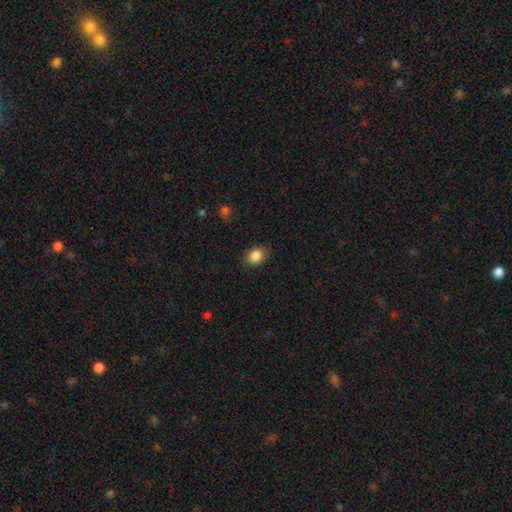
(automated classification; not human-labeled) smooth-or-featured: smooth: 87% | star or artifact: 9% | featured or disk: 5%
  how-rounded: in between: 63% | round: 36% | cigar-shaped: 1%
  merging: none: 84% | minor disturbance: 12% | major disturbance: 3% | merger: 1%